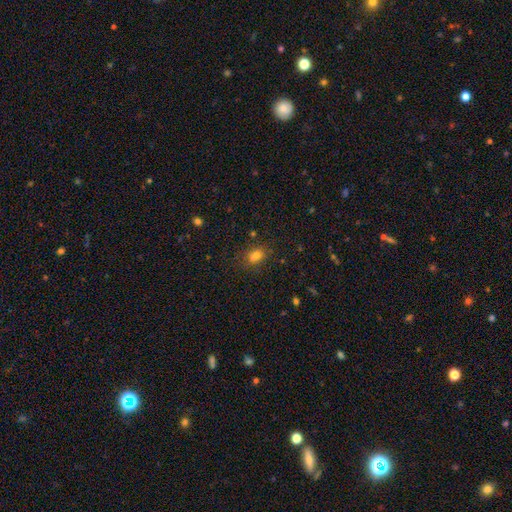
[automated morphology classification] Q: Smooth or featured?
A: smooth (75%); runner-up: star or artifact (17%)
Q: How rounded?
A: in between (70%); runner-up: round (28%)
Q: Merging?
A: none (68%); runner-up: minor disturbance (17%)